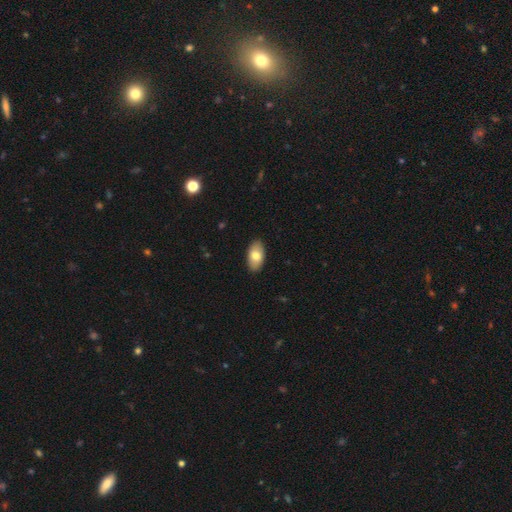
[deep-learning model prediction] Morphology: type=smooth (78%); roundness=in between (95%); merging=none (89%).